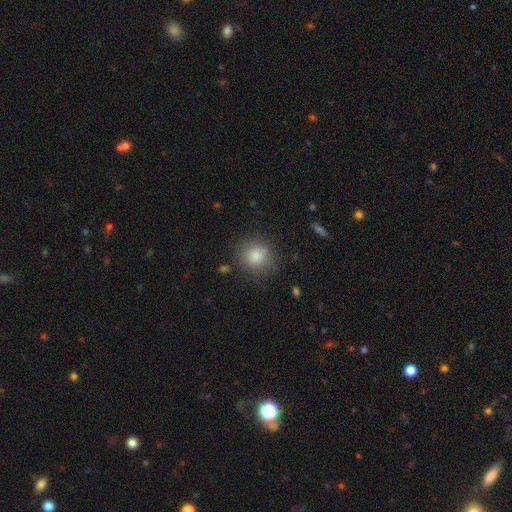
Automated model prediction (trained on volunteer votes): Smooth or featured? Predicted: smooth (p=0.82). How rounded? Predicted: round (p=0.87). Merging? Predicted: none (p=0.80).